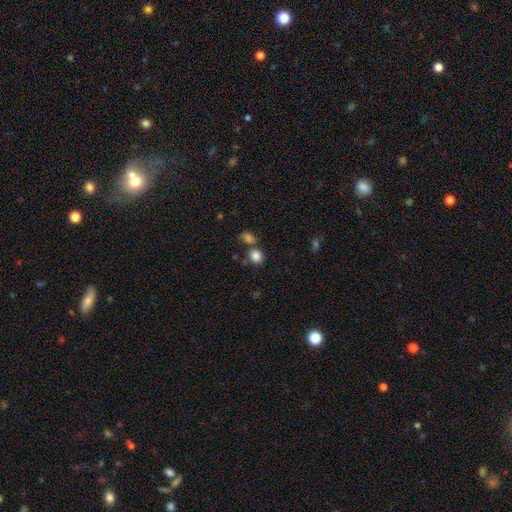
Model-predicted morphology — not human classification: The model was most divided on "merging": none: 61%, merger: 25%, minor disturbance: 10%, major disturbance: 4%. More confident: smooth or featured — smooth (84%); how rounded — round (76%).